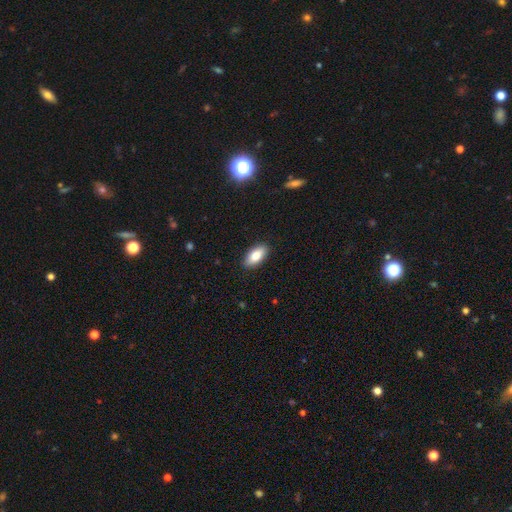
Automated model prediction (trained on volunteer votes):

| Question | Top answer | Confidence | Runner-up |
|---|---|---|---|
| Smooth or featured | smooth | 82% | featured or disk (11%) |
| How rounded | in between | 89% | cigar-shaped (8%) |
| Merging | none | 89% | minor disturbance (8%) |